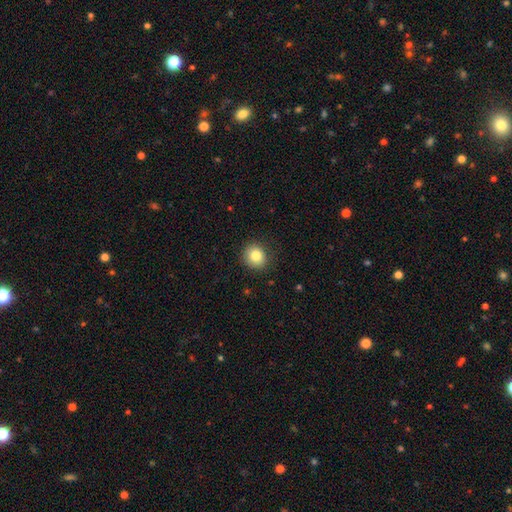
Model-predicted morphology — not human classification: A smooth galaxy with no disk features (83%) that is round (85%).

Vote fractions:
- Smooth or featured? smooth: 83% / star or artifact: 10% / featured or disk: 7%
- How rounded? round: 85% / in between: 14% / cigar-shaped: 1%
- Merging? none: 87% / minor disturbance: 9% / major disturbance: 2% / merger: 1%